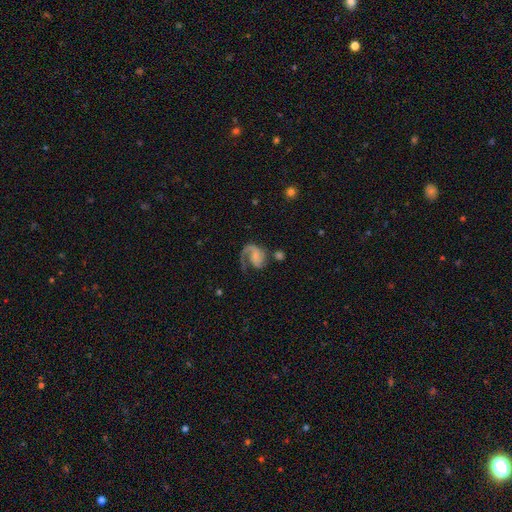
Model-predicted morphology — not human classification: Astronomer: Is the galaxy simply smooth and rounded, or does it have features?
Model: featured or disk — 83%.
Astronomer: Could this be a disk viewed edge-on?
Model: no — 98%.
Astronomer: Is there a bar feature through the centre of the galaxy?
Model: no — 56% (runner-up: weak, 34%).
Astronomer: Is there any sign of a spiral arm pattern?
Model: yes — 96%.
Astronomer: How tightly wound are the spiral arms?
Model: medium — 49% (runner-up: loose, 31%).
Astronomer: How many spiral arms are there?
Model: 2 — 49% (runner-up: 1, 45%).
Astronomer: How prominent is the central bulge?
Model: small — 40% (runner-up: none, 39%).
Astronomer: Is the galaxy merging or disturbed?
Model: none — 50% (runner-up: major disturbance, 27%).